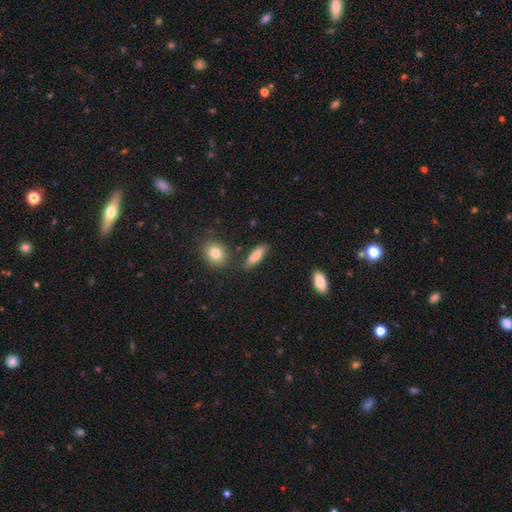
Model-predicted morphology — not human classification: smooth_or_featured: smooth (p=0.81) [alt: featured or disk p=0.12]
how_rounded: in between (p=0.52) [alt: cigar-shaped p=0.44]
merging: none (p=0.81) [alt: minor disturbance p=0.12]